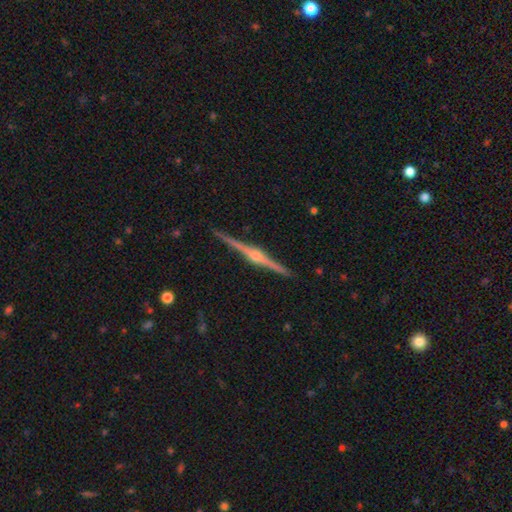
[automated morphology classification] smooth_or_featured: featured or disk (p=0.89) [alt: smooth p=0.06]
disk_edge_on: yes (p=0.99) [alt: no p=0.01]
edge_on_bulge: rounded (p=0.92) [alt: boxy p=0.05]
merging: none (p=0.92) [alt: minor disturbance p=0.06]